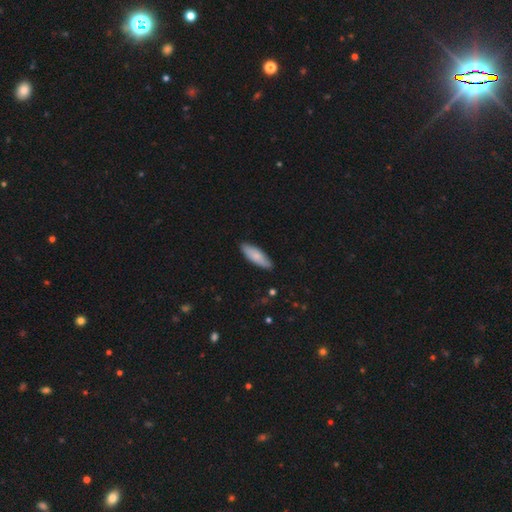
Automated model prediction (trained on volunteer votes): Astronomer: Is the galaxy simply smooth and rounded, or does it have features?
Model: smooth — 77%.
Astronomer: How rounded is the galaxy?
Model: in between — 62%.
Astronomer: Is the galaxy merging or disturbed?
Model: none — 85%.